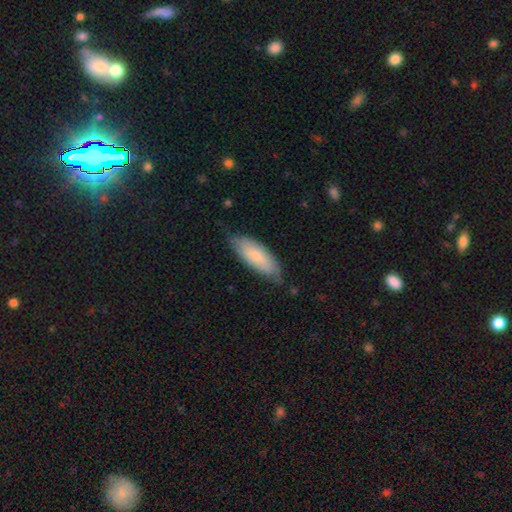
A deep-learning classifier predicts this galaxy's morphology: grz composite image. It shows a smooth galaxy with no disk features (74%) that is in between round and cigar-shaped (67%). Merging: none (68%).